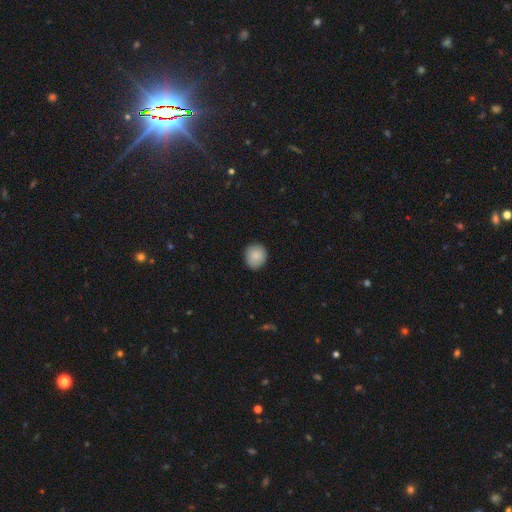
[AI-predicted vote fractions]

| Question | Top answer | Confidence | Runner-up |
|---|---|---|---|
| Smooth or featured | smooth | 87% | star or artifact (7%) |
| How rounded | round | 82% | in between (17%) |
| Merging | none | 87% | minor disturbance (10%) |